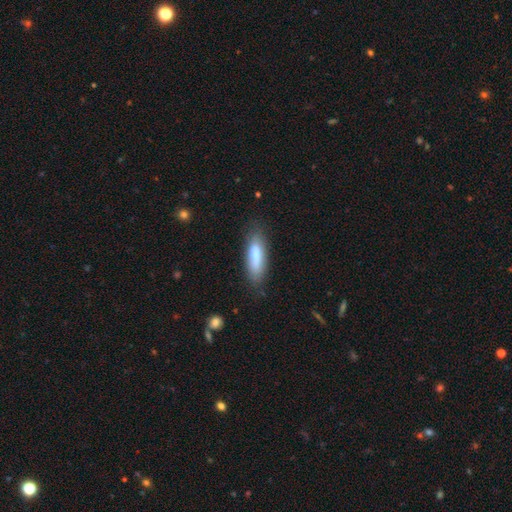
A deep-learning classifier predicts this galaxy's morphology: A smooth galaxy with no disk features (80%) that is in between round and cigar-shaped (52%). Merging: none (79%).